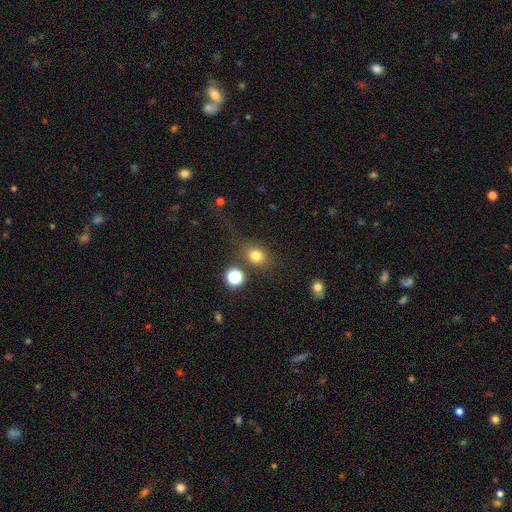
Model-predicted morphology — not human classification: A smooth galaxy with no disk features (76%) that is round (60%). Merging: none (68%).